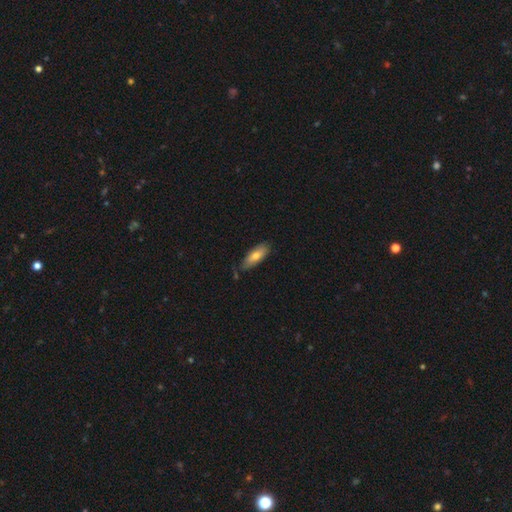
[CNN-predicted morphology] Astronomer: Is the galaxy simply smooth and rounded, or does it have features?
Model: smooth — 69%.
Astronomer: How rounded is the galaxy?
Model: in between — 66%.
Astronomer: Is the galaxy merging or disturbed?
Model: none — 72%.